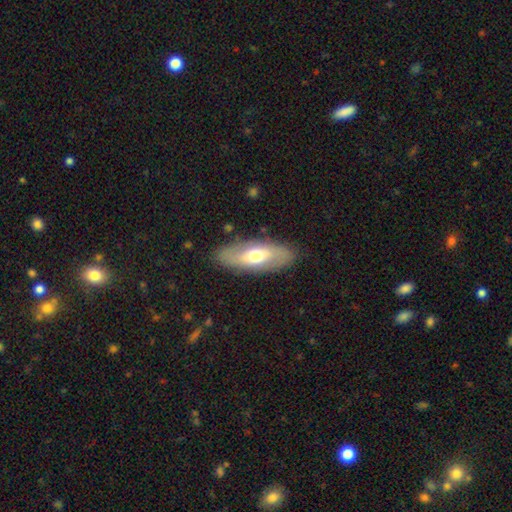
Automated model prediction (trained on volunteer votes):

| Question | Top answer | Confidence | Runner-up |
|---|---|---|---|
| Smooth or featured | smooth | 49% | featured or disk (45%) |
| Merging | none | 84% | minor disturbance (12%) |